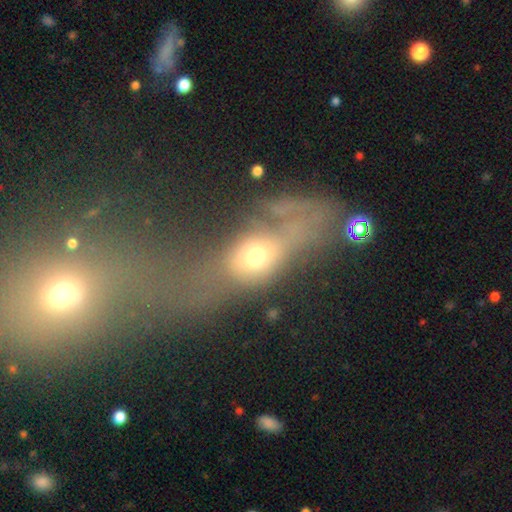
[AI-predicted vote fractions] smooth_or_featured: smooth (p=0.46) [alt: featured or disk p=0.36]
merging: merger (p=0.48) [alt: major disturbance p=0.32]